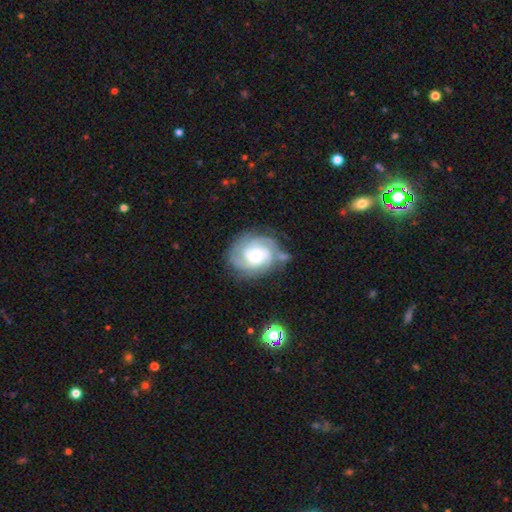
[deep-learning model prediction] This appears to be a featured or disk galaxy (83%) with no bar (73%), 3 (32%) tight (67%) spiral arms (95%) and a moderate central bulge (59%). Merging: none (68%).